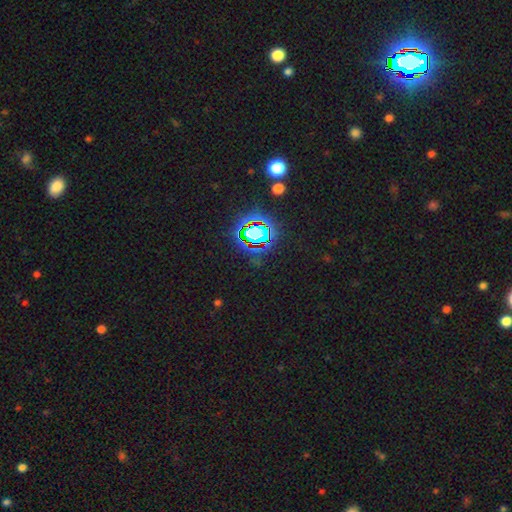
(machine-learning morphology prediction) type=star or artifact (81%).